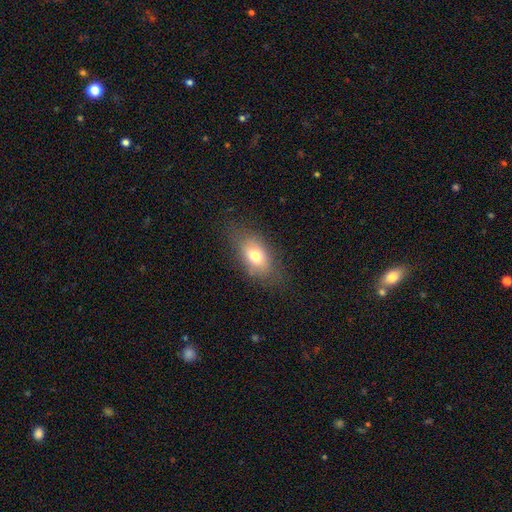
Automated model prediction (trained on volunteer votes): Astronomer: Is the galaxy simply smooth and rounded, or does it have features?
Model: smooth — 71%.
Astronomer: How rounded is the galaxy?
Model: in between — 84%.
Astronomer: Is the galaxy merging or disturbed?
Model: none — 73%.